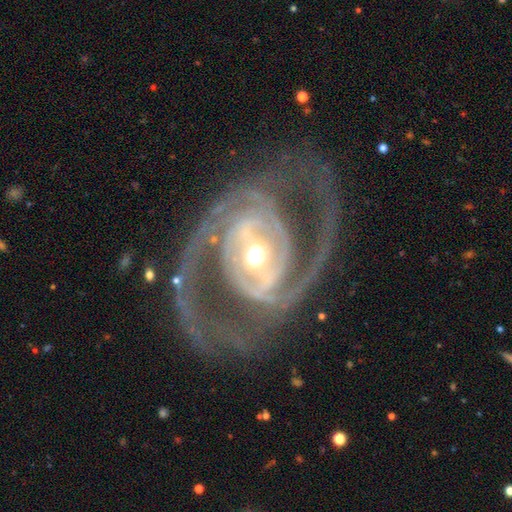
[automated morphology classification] This is clearly a featured or disk galaxy (92%). It is clearly not viewed edge-on (97%). Bar: marginally strong (43%). Spiral arm pattern: clearly yes (97%). Spiral arm count: clearly 2 (85%). Spiral winding: possibly medium (53%). Central bulge: likely moderate (64%). Merging: likely none (73%).